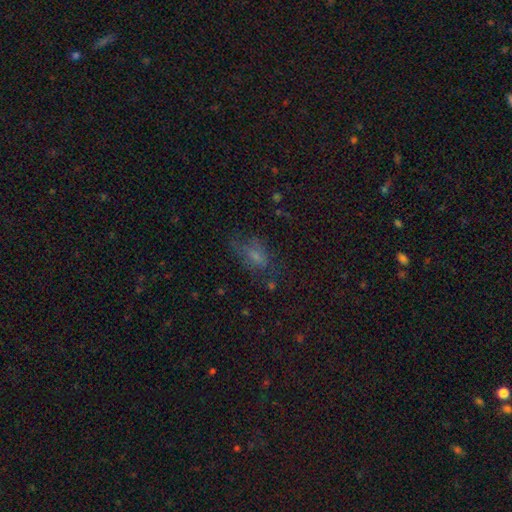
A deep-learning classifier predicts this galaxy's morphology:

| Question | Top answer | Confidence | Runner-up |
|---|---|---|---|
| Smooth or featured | smooth | 55% | featured or disk (23%) |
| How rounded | in between | 80% | round (11%) |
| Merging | none | 51% | minor disturbance (24%) |